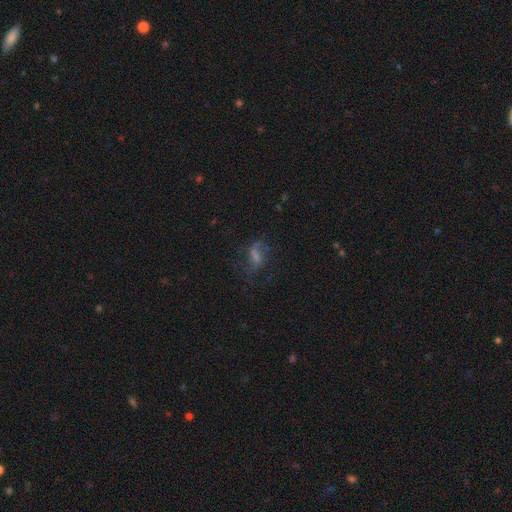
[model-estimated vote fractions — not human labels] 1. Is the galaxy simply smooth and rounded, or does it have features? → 52% featured or disk, 31% smooth, 17% star or artifact.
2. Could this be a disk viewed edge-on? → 93% no, 7% yes.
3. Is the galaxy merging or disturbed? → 53% none, 25% major disturbance, 20% minor disturbance, 3% merger.